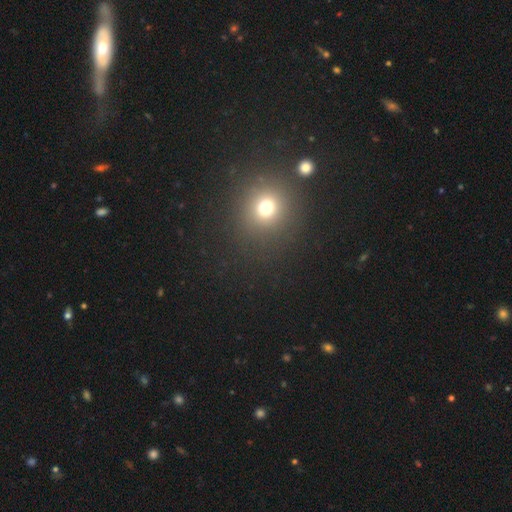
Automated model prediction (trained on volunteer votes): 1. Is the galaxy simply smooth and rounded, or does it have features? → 54% smooth, 37% star or artifact, 8% featured or disk.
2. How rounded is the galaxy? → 90% round, 8% in between, 1% cigar-shaped.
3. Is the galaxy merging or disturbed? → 90% none, 5% minor disturbance, 3% merger, 2% major disturbance.